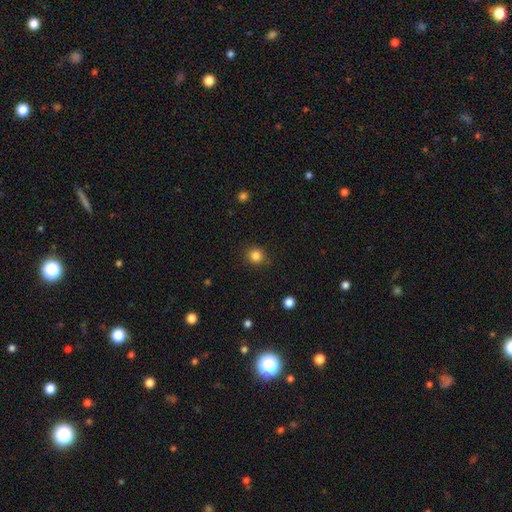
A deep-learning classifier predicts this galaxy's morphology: This appears to be a smooth galaxy with no disk features (84%) that is round (92%). Merging: none (88%).